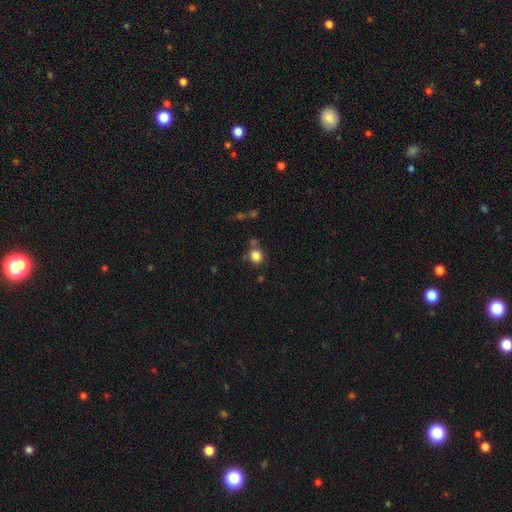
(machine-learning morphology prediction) smooth 83%, star or artifact 12%, featured or disk 5%. Down the decision tree: how rounded — round (86%); merging — none (71%).